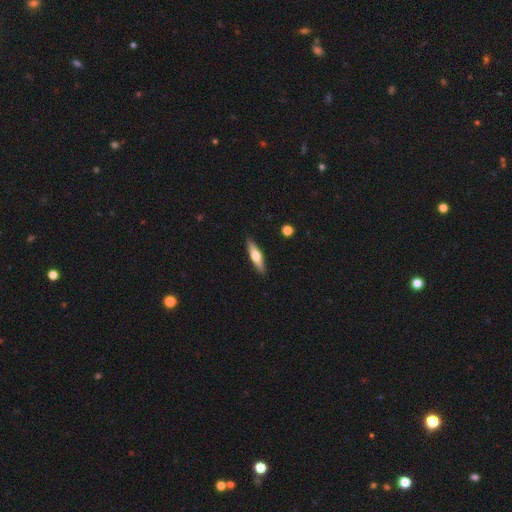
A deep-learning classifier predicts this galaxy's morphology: Overall: featured or disk (49%; smooth 46%). Merging: none (90%).